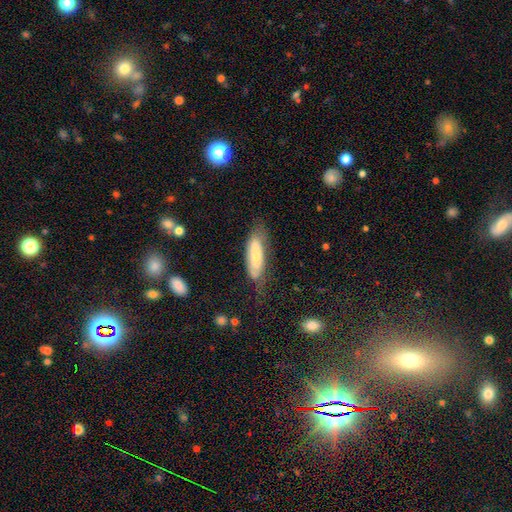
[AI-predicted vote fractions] Morphology: type=smooth (56%); roundness=in between (57%); merging=none (56%).